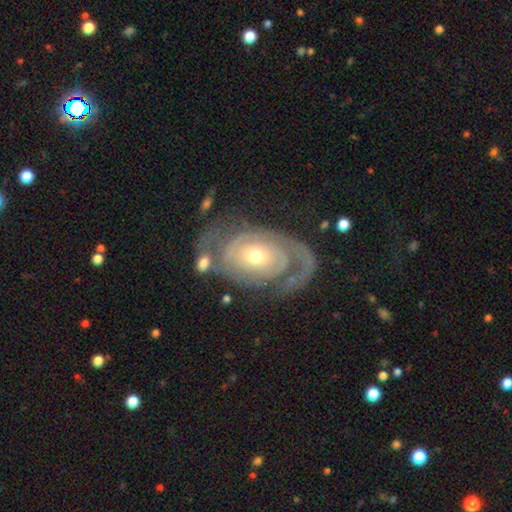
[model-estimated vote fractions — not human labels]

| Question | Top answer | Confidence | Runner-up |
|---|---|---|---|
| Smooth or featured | featured or disk | 87% | smooth (9%) |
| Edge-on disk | no | 96% | yes (4%) |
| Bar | no | 77% | weak (17%) |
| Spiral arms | yes | 92% | no (8%) |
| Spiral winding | tight | 68% | medium (23%) |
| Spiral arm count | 2 | 54% | 1 (18%) |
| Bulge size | moderate | 48% | small (47%) |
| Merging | none | 63% | minor disturbance (17%) |